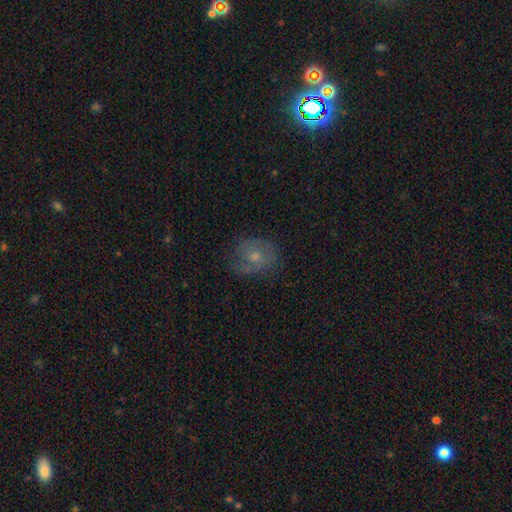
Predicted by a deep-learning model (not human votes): Smooth or featured: featured or disk — 51% (smooth — 37%)
Edge-on disk: no — 97% (yes — 3%)
Merging: none — 65% (minor disturbance — 22%)